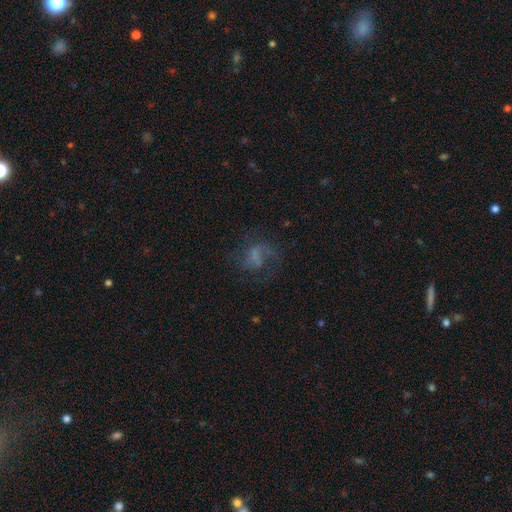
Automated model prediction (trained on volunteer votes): This appears to be a featured or disk galaxy (61%) with no bar (49%), spiral arms (80%) and no central bulge (54%). Merging: none (50%).